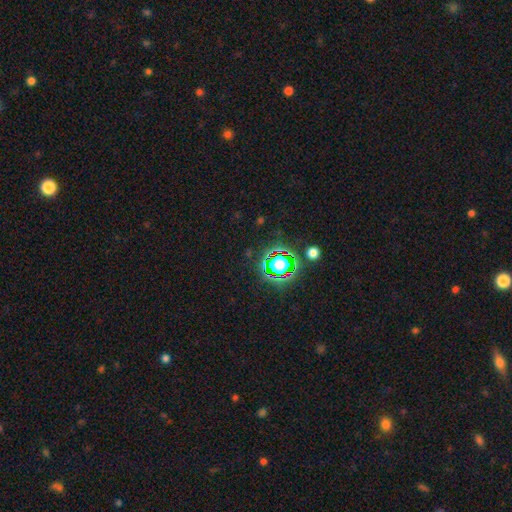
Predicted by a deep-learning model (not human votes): smooth-or-featured: star or artifact: 82% | smooth: 11% | featured or disk: 7%